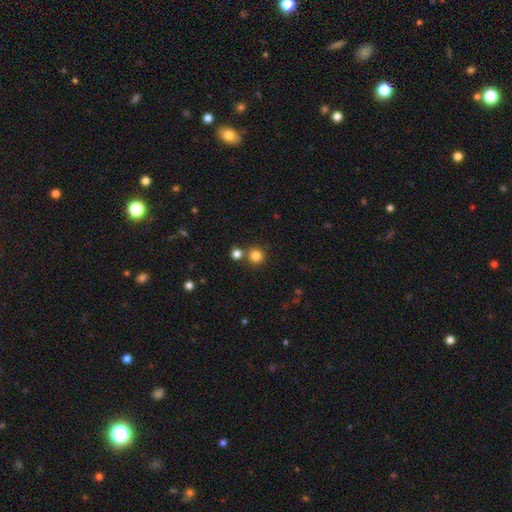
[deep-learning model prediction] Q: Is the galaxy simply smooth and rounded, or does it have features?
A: smooth — 83%.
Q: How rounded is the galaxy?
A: round — 93%.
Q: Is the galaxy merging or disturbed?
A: none — 76%.